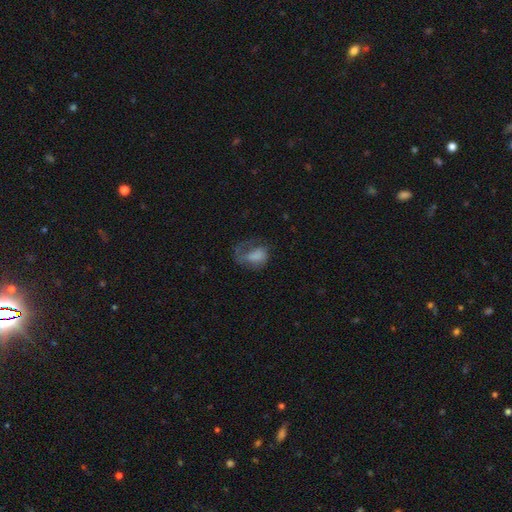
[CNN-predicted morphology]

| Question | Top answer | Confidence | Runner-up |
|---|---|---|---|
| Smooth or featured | smooth | 57% | featured or disk (33%) |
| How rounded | in between | 77% | round (21%) |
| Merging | major disturbance | 54% | none (24%) |